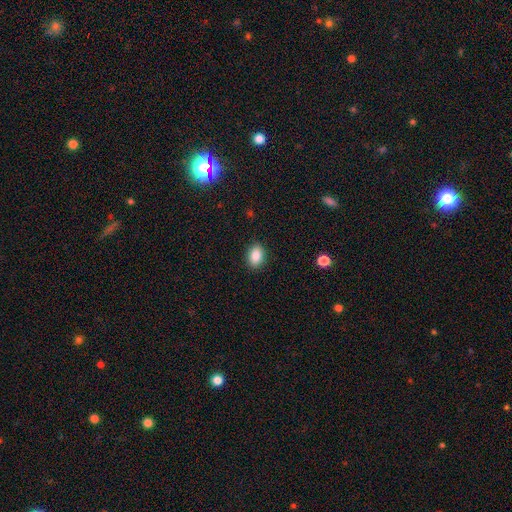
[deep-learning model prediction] Smooth or featured? Predicted: smooth (p=0.87). How rounded? Predicted: in between (p=0.83). Merging? Predicted: none (p=0.89).